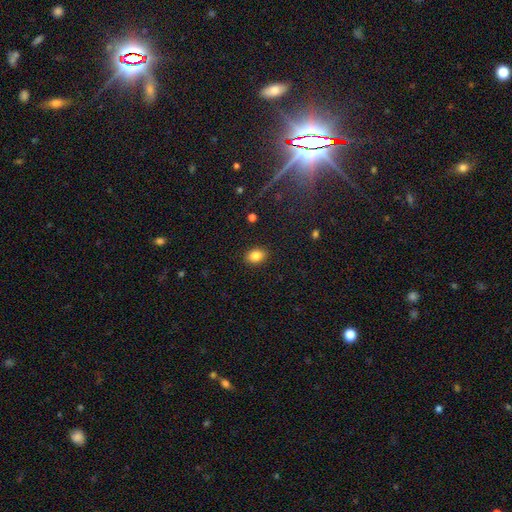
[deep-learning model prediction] smooth_or_featured: smooth (p=0.85) [alt: star or artifact p=0.09]
how_rounded: in between (p=0.73) [alt: round p=0.25]
merging: none (p=0.89) [alt: minor disturbance p=0.08]